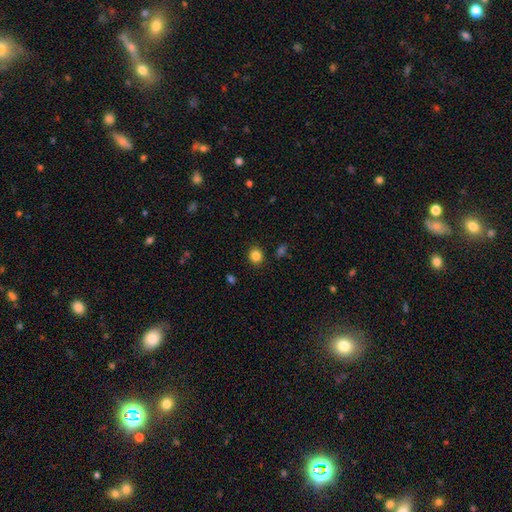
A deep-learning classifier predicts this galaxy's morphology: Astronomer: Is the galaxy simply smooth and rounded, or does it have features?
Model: smooth — 85%.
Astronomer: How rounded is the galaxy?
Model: round — 82%.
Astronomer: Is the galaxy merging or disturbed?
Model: none — 89%.